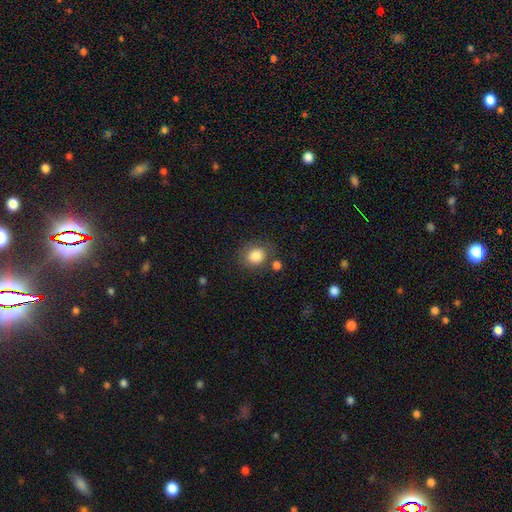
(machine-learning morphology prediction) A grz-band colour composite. It shows a smooth galaxy with no disk features (86%) that is round (74%). Merging: none (72%).